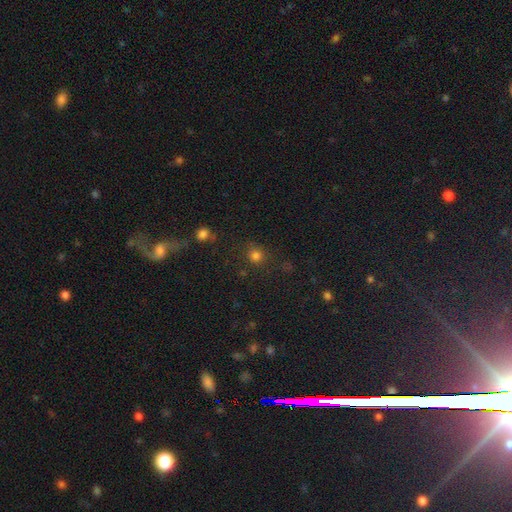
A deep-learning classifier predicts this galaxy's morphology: type=smooth (78%); roundness=round (89%); merging=none (82%).